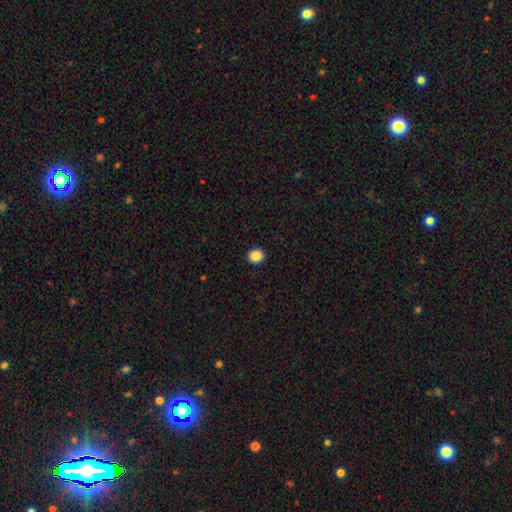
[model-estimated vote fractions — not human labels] Smooth or featured? Predicted: smooth (p=0.86). How rounded? Predicted: round (p=0.92). Merging? Predicted: none (p=0.94).